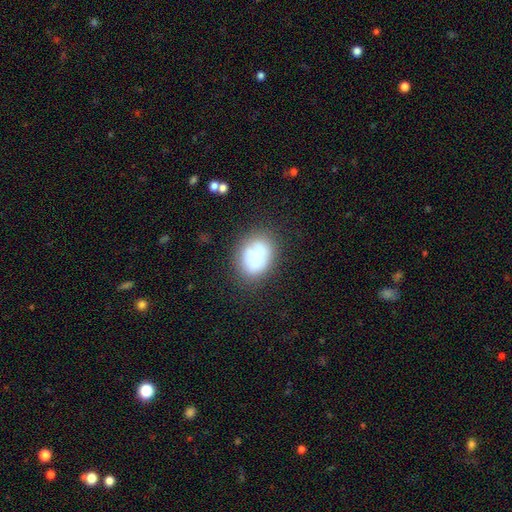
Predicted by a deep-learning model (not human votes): Q: Smooth or featured?
A: smooth (73%); runner-up: featured or disk (17%)
Q: How rounded?
A: in between (66%); runner-up: round (33%)
Q: Merging?
A: none (64%); runner-up: minor disturbance (20%)